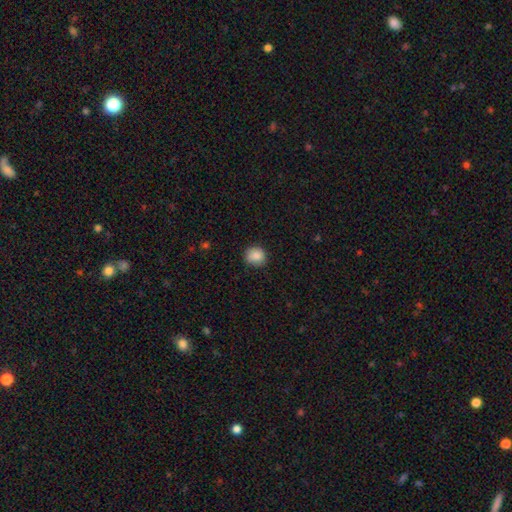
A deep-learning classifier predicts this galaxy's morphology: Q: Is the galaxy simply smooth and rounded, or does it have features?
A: smooth — 86%.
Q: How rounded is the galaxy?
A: round — 84%.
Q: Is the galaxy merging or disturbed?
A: none — 84%.